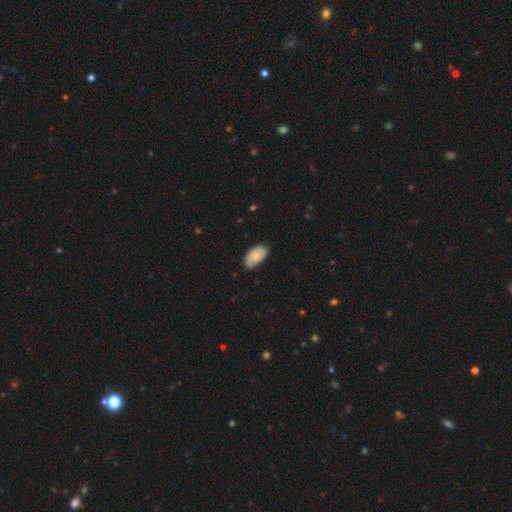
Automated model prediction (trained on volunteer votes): This appears to be a smooth galaxy with no disk features (70%) that is in between round and cigar-shaped (95%). Merging: none (66%).